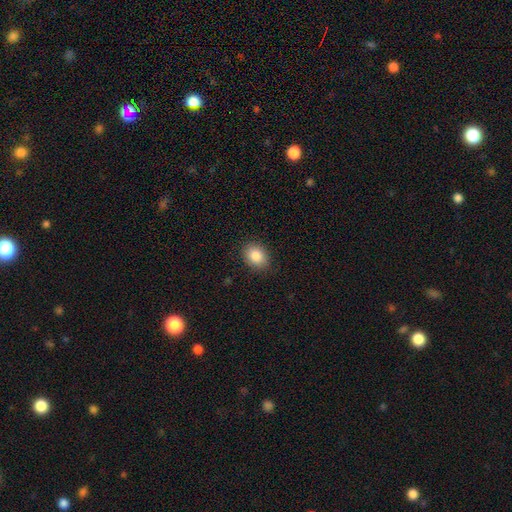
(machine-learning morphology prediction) A smooth galaxy with no disk features (85%) that is in between round and cigar-shaped (62%). Merging: none (87%).